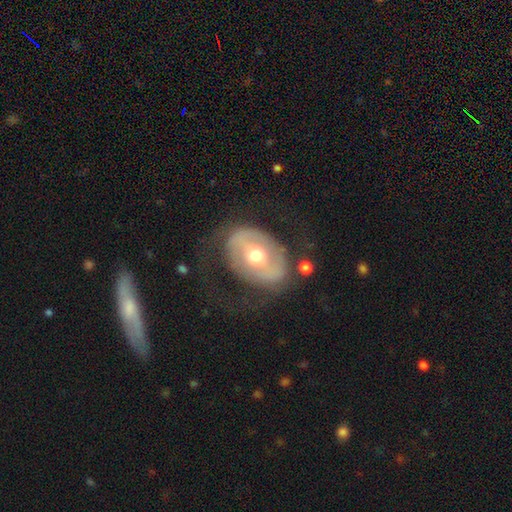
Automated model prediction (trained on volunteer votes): Q: Smooth or featured?
A: featured or disk (62%); runner-up: smooth (32%)
Q: Edge-on disk?
A: no (93%); runner-up: yes (7%)
Q: Bar?
A: no (41%); runner-up: weak (31%)
Q: Spiral arms?
A: no (63%); runner-up: yes (37%)
Q: Bulge size?
A: moderate (75%); runner-up: small (13%)
Q: Merging?
A: none (63%); runner-up: major disturbance (18%)